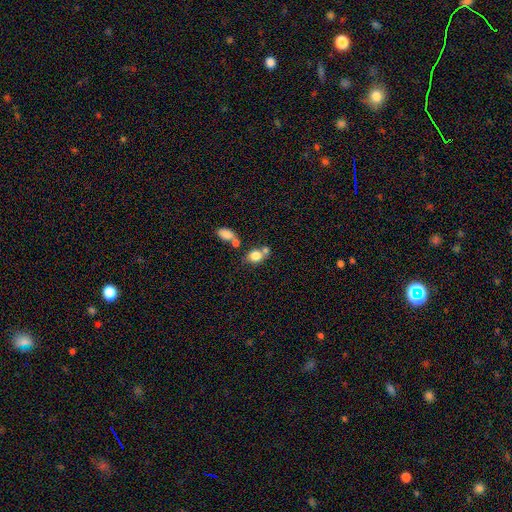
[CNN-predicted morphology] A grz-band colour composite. It shows a smooth galaxy with no disk features (80%) that is round (54%). Merging: none (45%).